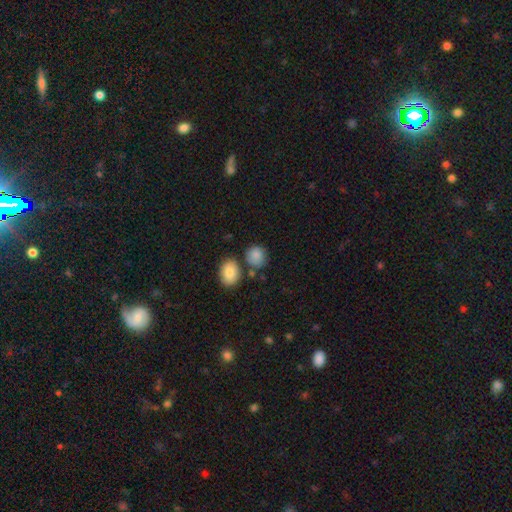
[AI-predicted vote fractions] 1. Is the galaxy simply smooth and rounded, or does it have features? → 86% smooth, 8% star or artifact, 5% featured or disk.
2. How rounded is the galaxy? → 74% round, 25% in between, 1% cigar-shaped.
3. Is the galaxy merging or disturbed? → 68% none, 14% minor disturbance, 13% merger, 4% major disturbance.